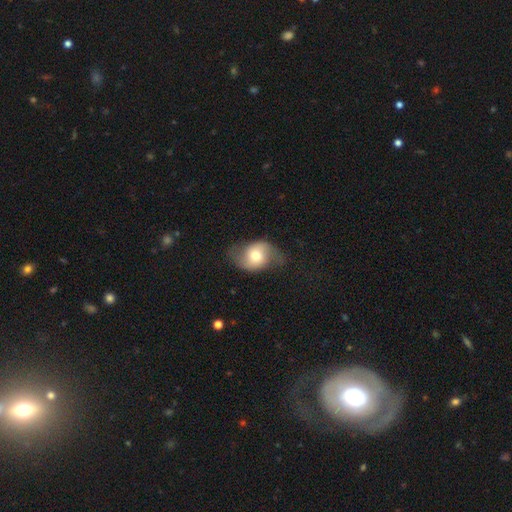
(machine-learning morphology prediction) This appears to be a featured or disk galaxy (57%) with no bar (62%), spiral arms (83%) and a moderate central bulge (65%). Merging: none (64%).